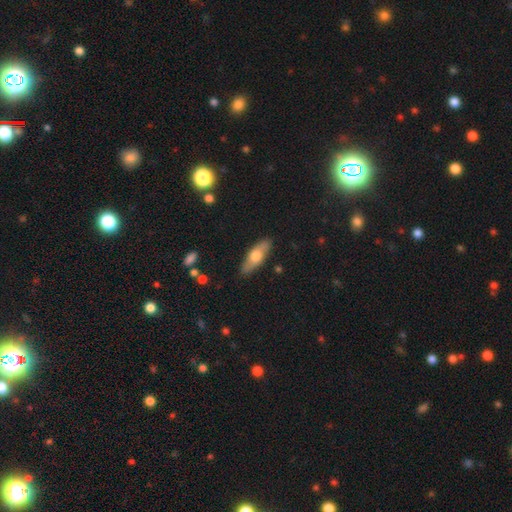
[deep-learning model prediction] This is possibly a smooth galaxy (58%). How rounded: possibly in between (56%). Merging: clearly none (86%).